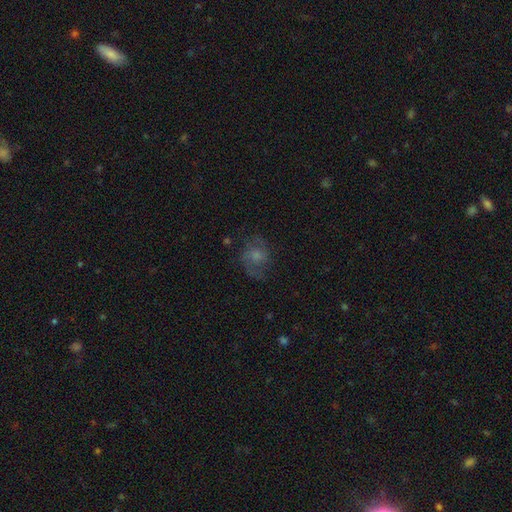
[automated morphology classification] featured or disk 50%, smooth 37%, star or artifact 13%. Down the decision tree: merging — none (60%).